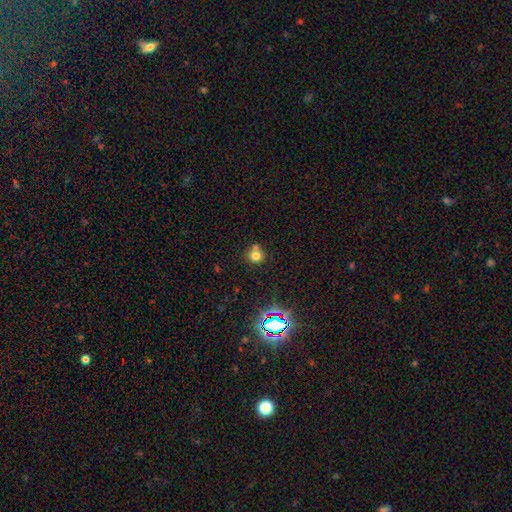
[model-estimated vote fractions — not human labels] smooth_or_featured: smooth (p=0.73) [alt: star or artifact p=0.17]
how_rounded: round (p=0.84) [alt: in between p=0.15]
merging: none (p=0.53) [alt: merger p=0.30]